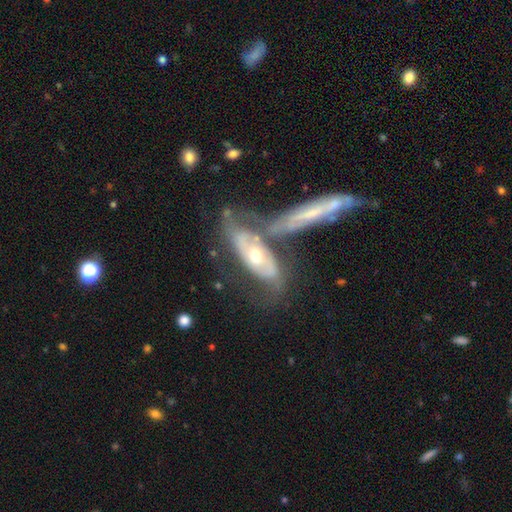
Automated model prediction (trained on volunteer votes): Overall: featured or disk (70%). Edge-on disk: no (78%). Bar: no (72%). Spiral arms: yes (69%; no 31%). Bulge size: moderate (72%). Merging: merger (35%; none 34%).